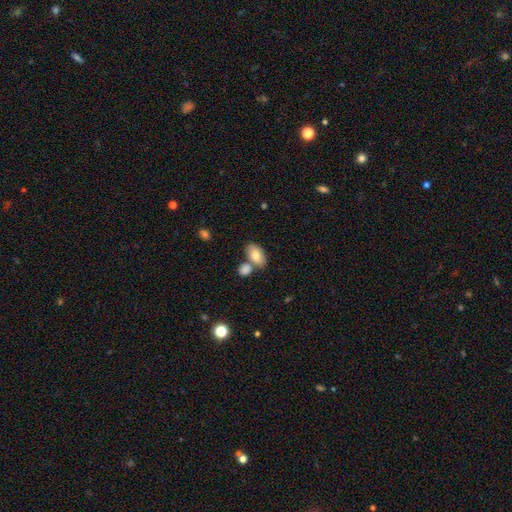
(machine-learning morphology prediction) Overall: smooth (80%). How rounded: in between (91%). Merging: none (54%; merger 29%).